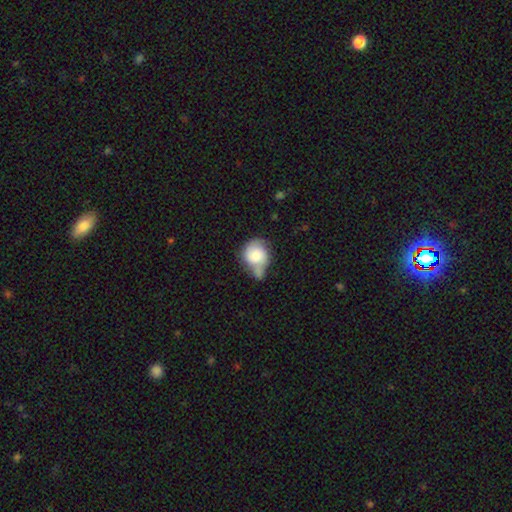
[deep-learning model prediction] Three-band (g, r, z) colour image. It shows a smooth galaxy with no disk features (67%) that is round (69%). Merging: merger (38%).